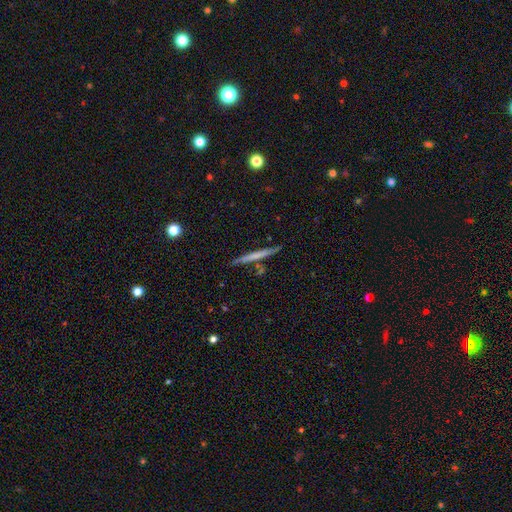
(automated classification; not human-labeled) Overall: smooth (51%; featured or disk 43%). How rounded: cigar-shaped (96%). Merging: none (84%).